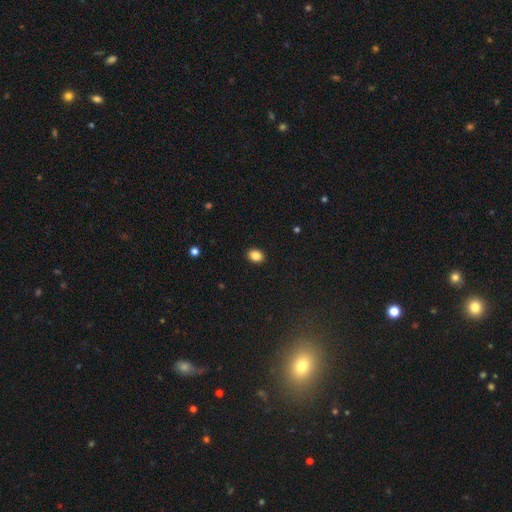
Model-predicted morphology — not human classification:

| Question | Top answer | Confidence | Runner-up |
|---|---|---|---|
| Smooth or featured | smooth | 86% | star or artifact (10%) |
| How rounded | in between | 63% | round (36%) |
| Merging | none | 91% | minor disturbance (6%) |